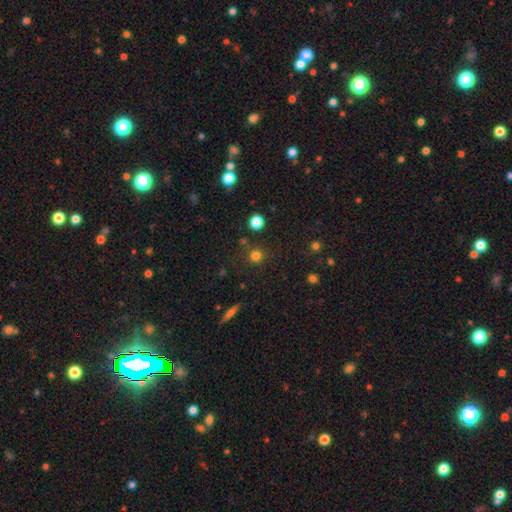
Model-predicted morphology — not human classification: Smooth or featured? smooth (78%)
How rounded? round (93%)
Merging? none (84%)